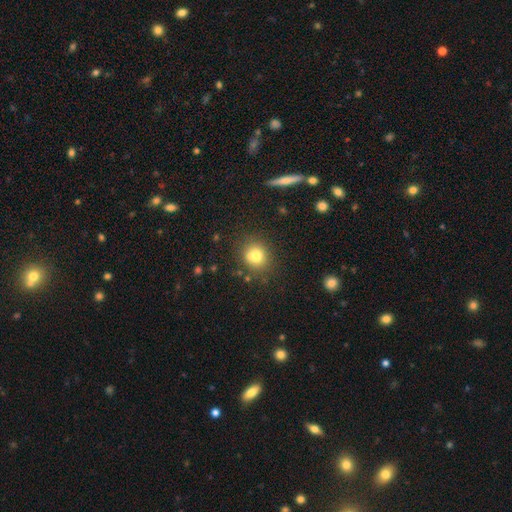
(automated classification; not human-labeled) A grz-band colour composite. It shows a smooth galaxy with no disk features (74%) that is round (83%). Merging: none (70%).